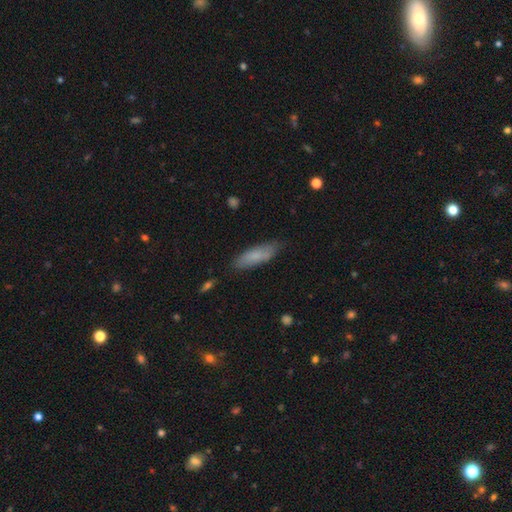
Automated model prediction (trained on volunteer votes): This is likely a smooth galaxy (77%). How rounded: possibly cigar-shaped (50%). Merging: likely none (79%).